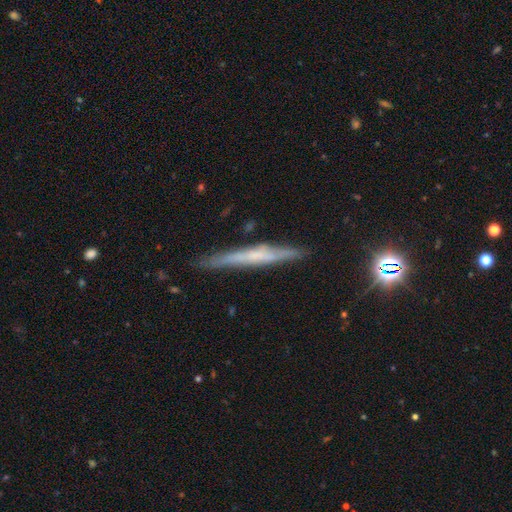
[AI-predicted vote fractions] Smooth or featured?
  - featured or disk: 59% *
  - smooth: 33%
  - star or artifact: 8%
Edge-on disk?
  - yes: 95% *
  - no: 5%
Edge-on bulge?
  - none: 61% *
  - rounded: 25%
  - boxy: 14%
Merging?
  - none: 86% *
  - minor disturbance: 11%
  - major disturbance: 2%
  - merger: 2%